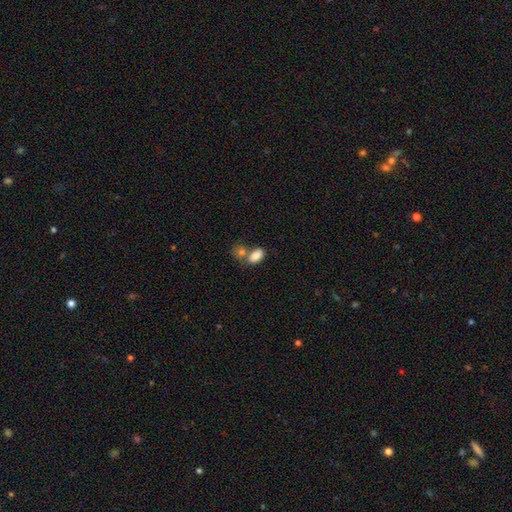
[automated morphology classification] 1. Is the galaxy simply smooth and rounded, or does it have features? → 85% smooth, 8% star or artifact, 7% featured or disk.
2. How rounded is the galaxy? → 90% in between, 8% round, 2% cigar-shaped.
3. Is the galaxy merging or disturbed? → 42% merger, 41% none, 12% minor disturbance, 5% major disturbance.